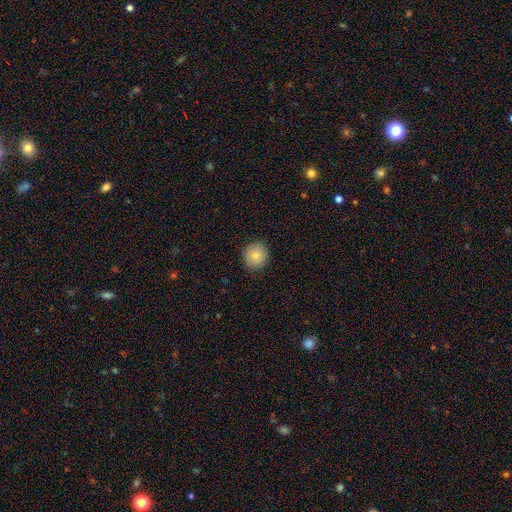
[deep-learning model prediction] Smooth or featured?
  - smooth: 79% *
  - featured or disk: 12%
  - star or artifact: 9%
How rounded?
  - round: 85% *
  - in between: 14%
  - cigar-shaped: 1%
Merging?
  - none: 88% *
  - minor disturbance: 9%
  - major disturbance: 2%
  - merger: 1%